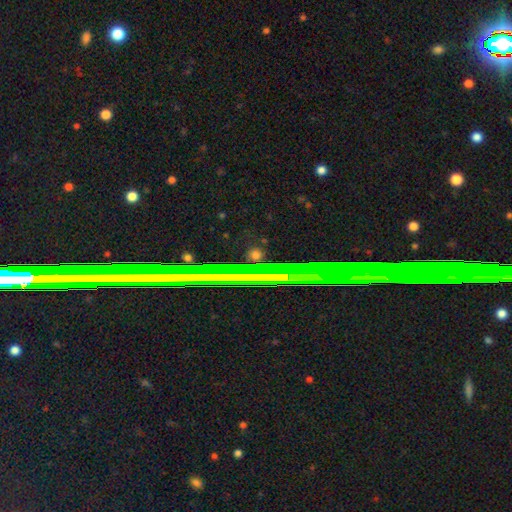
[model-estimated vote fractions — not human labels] Overall: star or artifact (67%).